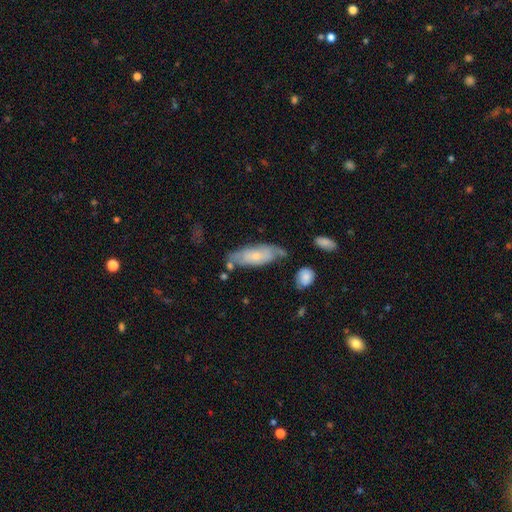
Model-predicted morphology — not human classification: A smooth galaxy with no disk features (51%) that is in between round and cigar-shaped (67%). Merging: none (58%).